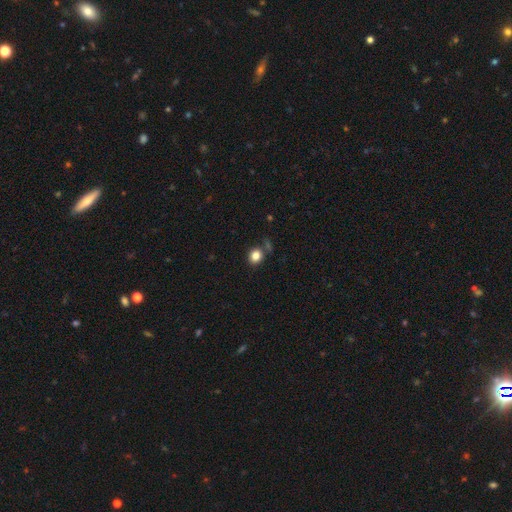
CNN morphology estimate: A smooth galaxy with no disk features (82%) that is round (73%).

Vote fractions:
- Smooth or featured? smooth: 82% / star or artifact: 11% / featured or disk: 6%
- How rounded? round: 73% / in between: 26% / cigar-shaped: 1%
- Merging? none: 75% / minor disturbance: 12% / merger: 9% / major disturbance: 4%